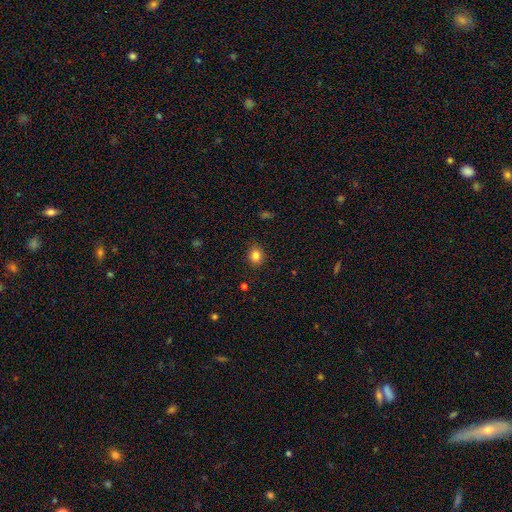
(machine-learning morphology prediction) A smooth galaxy with no disk features (84%) that is round (66%).

Vote fractions:
- Smooth or featured? smooth: 84% / star or artifact: 11% / featured or disk: 5%
- How rounded? round: 66% / in between: 33% / cigar-shaped: 1%
- Merging? none: 86% / minor disturbance: 10% / major disturbance: 2% / merger: 1%